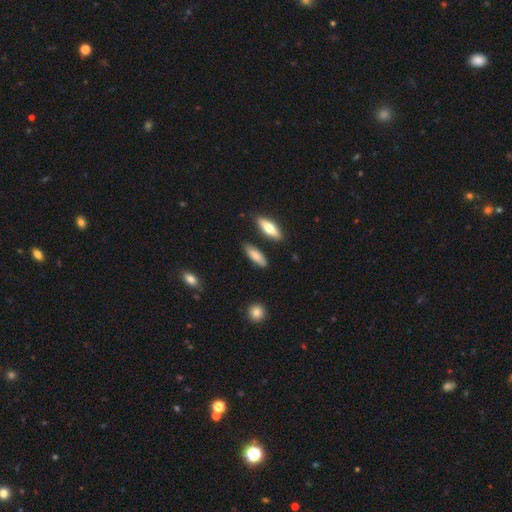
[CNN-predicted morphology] Smooth or featured?
  - smooth: 77% *
  - featured or disk: 17%
  - star or artifact: 6%
How rounded?
  - in between: 52% *
  - cigar-shaped: 45%
  - round: 3%
Merging?
  - none: 81% *
  - minor disturbance: 13%
  - merger: 3%
  - major disturbance: 3%